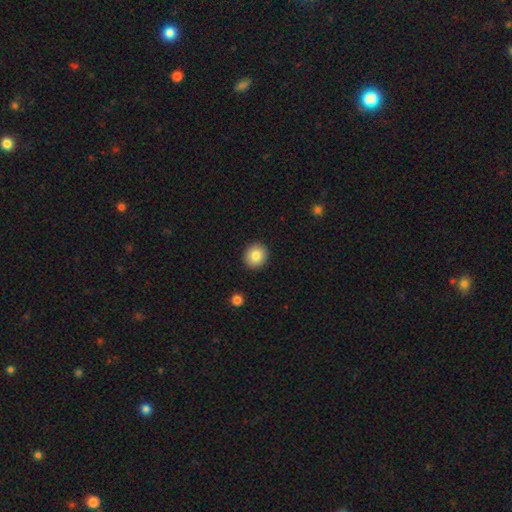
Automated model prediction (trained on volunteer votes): Smooth or featured: smooth — 84% (star or artifact — 8%)
How rounded: round — 81% (in between — 18%)
Merging: none — 91% (minor disturbance — 6%)